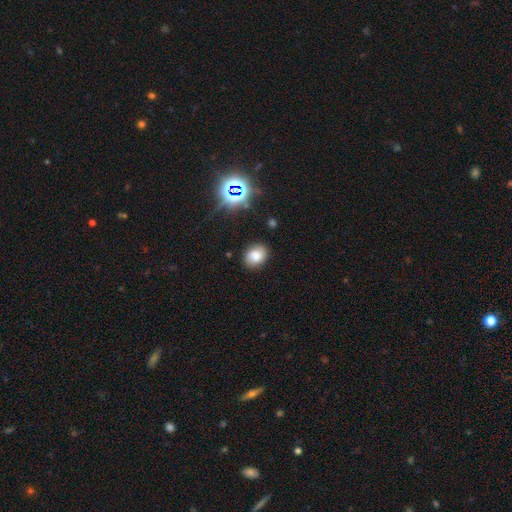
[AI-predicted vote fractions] A smooth galaxy with no disk features (76%) that is in between round and cigar-shaped (53%). Merging: none (82%).